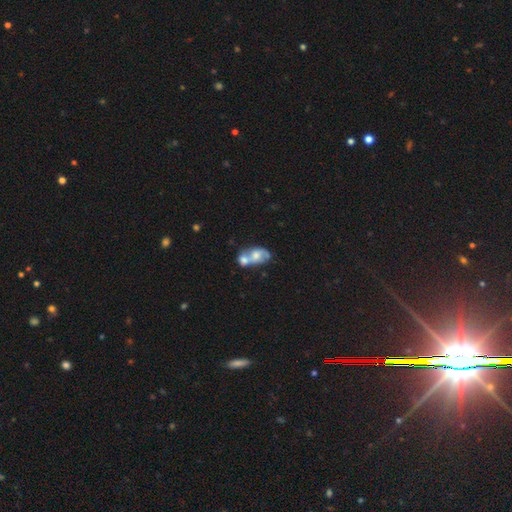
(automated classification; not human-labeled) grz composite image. It shows a smooth galaxy with no disk features (49%). Merging: merger (74%).